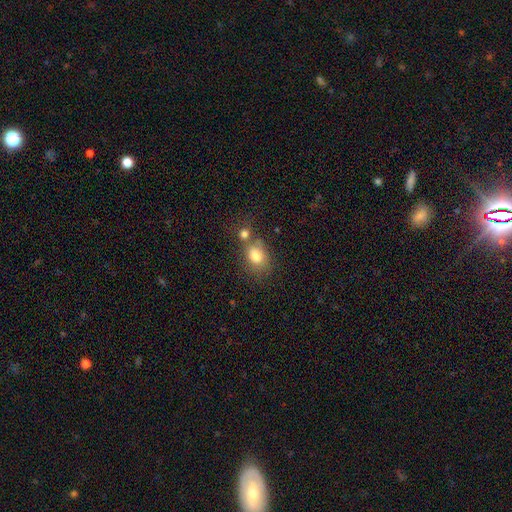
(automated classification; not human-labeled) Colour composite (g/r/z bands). It shows a smooth galaxy with no disk features (79%) that is in between round and cigar-shaped (55%). Merging: none (47%).